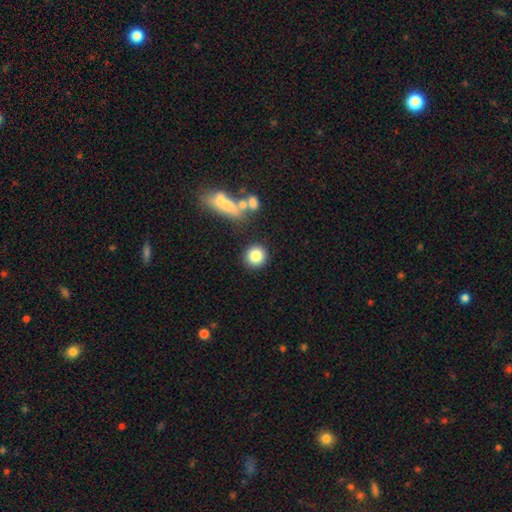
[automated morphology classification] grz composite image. It shows a smooth galaxy with no disk features (84%) that is round (89%). Merging: none (82%).